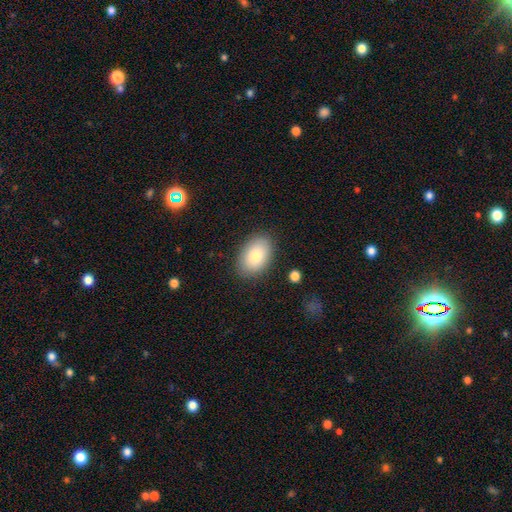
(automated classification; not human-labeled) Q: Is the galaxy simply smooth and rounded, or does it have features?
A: smooth — 80%.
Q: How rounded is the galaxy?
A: in between — 86%.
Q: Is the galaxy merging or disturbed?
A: none — 86%.